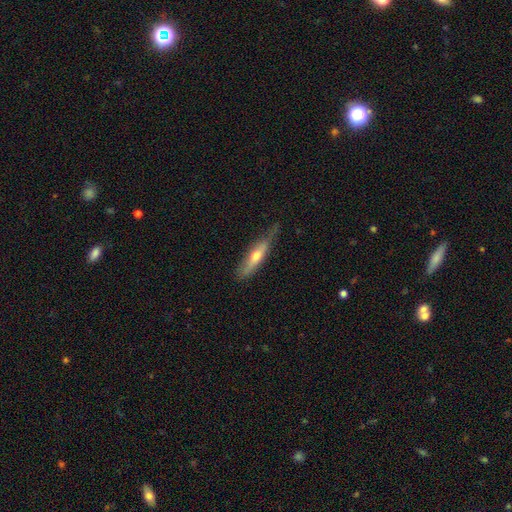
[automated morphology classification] The model was most divided on "smooth or featured": smooth: 49%, featured or disk: 45%, star or artifact: 6%. More confident: merging — none (60%).